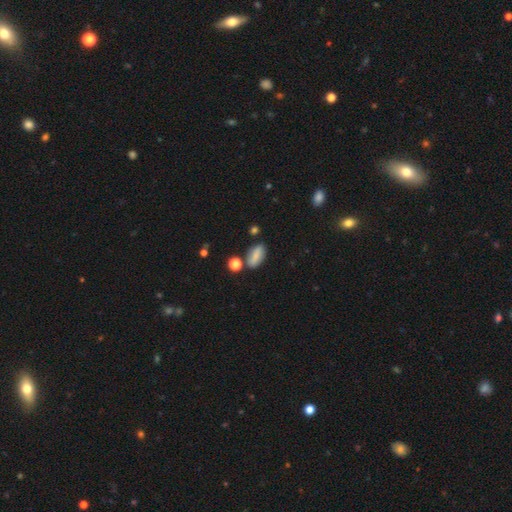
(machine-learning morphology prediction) Smooth or featured? smooth (81%)
How rounded? in between (85%)
Merging? none (72%)